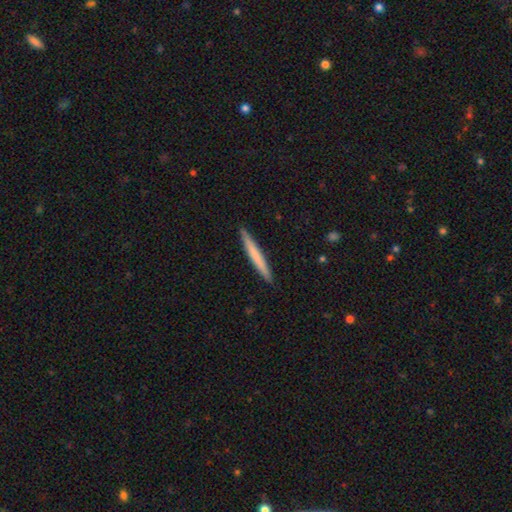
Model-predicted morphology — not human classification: smooth_or_featured: smooth (p=0.67) [alt: featured or disk p=0.28]
how_rounded: cigar-shaped (p=0.97) [alt: in between p=0.02]
merging: none (p=0.92) [alt: minor disturbance p=0.06]